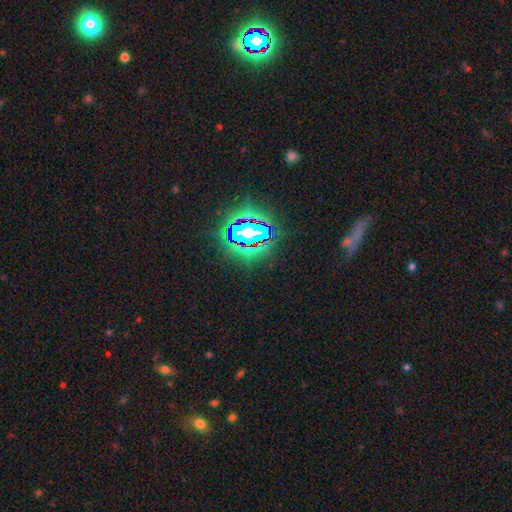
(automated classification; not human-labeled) The model was most divided on "smooth or featured": star or artifact: 79%, smooth: 13%, featured or disk: 8%.